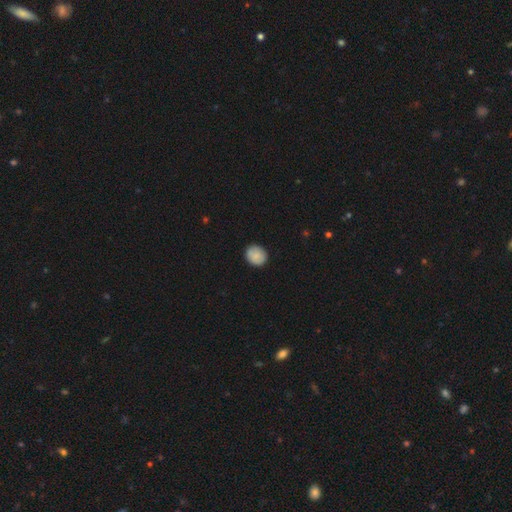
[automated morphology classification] type=smooth (87%); roundness=round (78%); merging=none (88%).